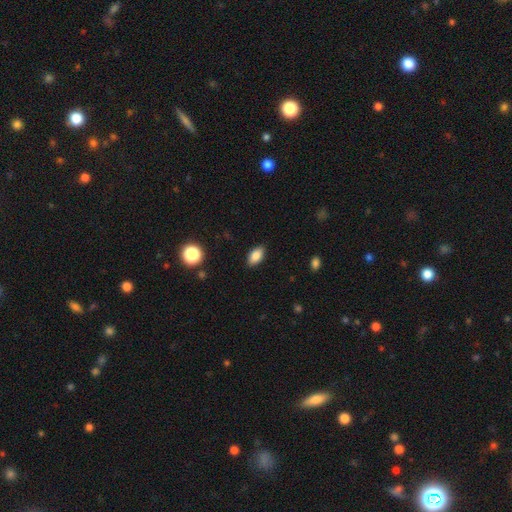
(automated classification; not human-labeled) This appears to be a smooth galaxy with no disk features (85%) that is in between round and cigar-shaped (91%). Merging: none (88%).